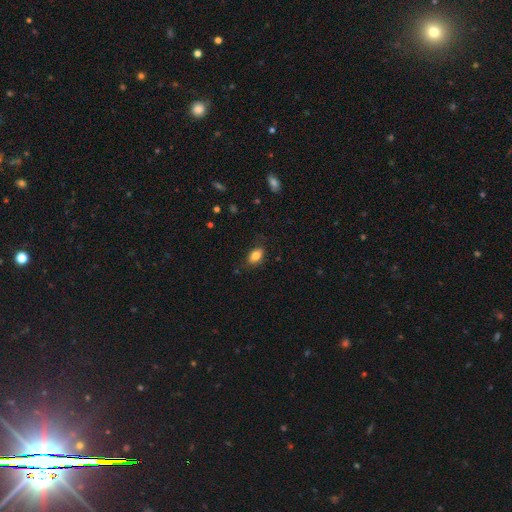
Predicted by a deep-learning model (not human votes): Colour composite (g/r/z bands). It shows a smooth galaxy with no disk features (82%) that is in between round and cigar-shaped (87%). Merging: none (79%).